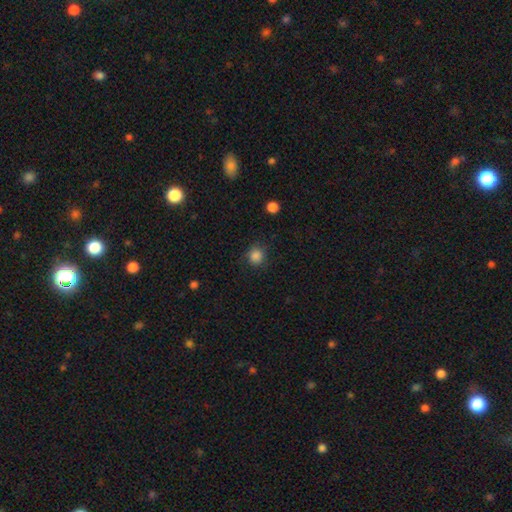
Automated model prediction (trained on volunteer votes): Smooth or featured?
  - smooth: 85% *
  - star or artifact: 11%
  - featured or disk: 3%
How rounded?
  - round: 90% *
  - in between: 9%
  - cigar-shaped: 1%
Merging?
  - none: 83% *
  - minor disturbance: 12%
  - major disturbance: 4%
  - merger: 1%